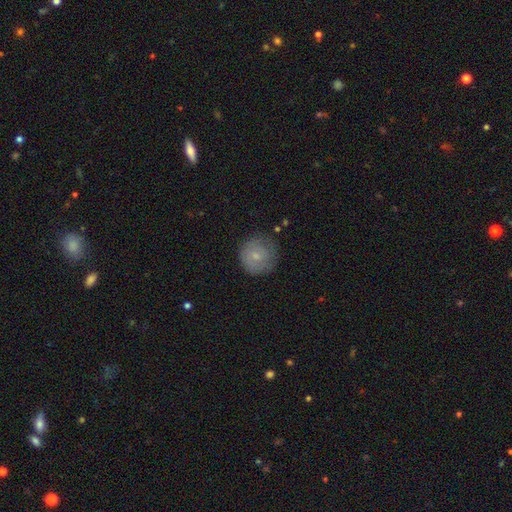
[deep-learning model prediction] Smooth or featured? smooth (72%)
How rounded? round (93%)
Merging? none (75%)